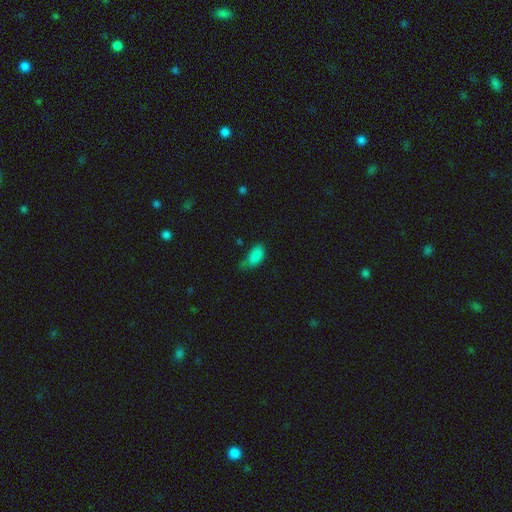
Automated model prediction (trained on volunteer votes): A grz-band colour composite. It shows a smooth galaxy with no disk features (84%) that is in between round and cigar-shaped (92%). Merging: none (41%).